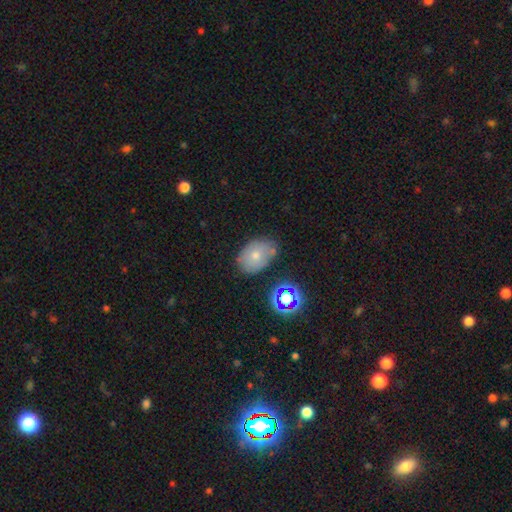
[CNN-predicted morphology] smooth 66%, featured or disk 21%, star or artifact 13%. Down the decision tree: how rounded — in between (80%); merging — none (65%).